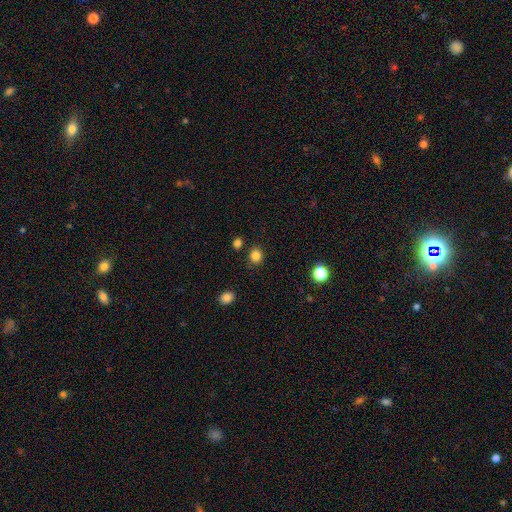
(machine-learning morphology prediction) This is clearly a smooth galaxy (84%). How rounded: likely round (76%). Merging: clearly none (85%).